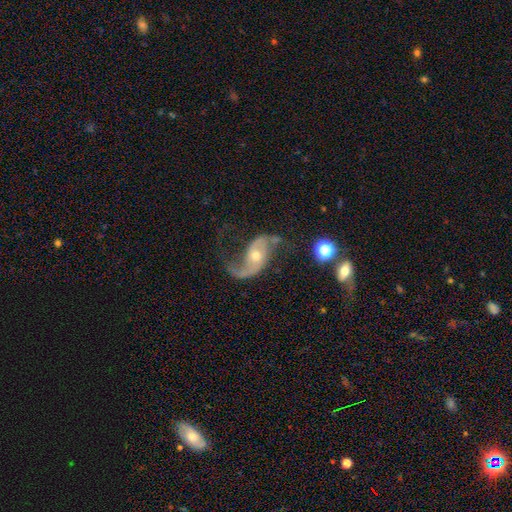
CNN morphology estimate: Overall: featured or disk (88%). Edge-on disk: no (97%). Bar: no (61%; weak 28%). Spiral arms: yes (96%). Spiral arm count: 2 (88%). Spiral winding: loose (72%). Bulge size: moderate (55%; small 39%). Merging: none (57%; major disturbance 20%).